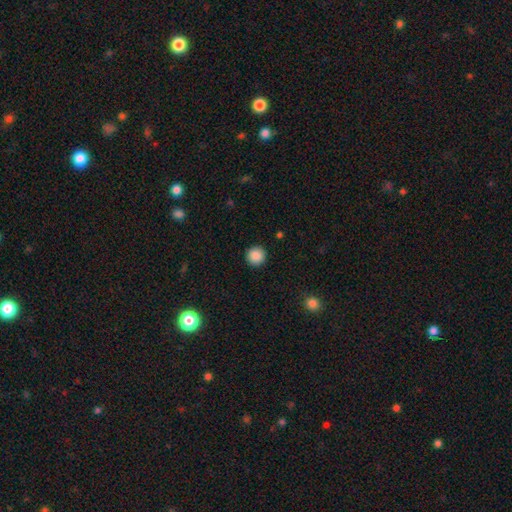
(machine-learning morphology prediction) Smooth or featured: smooth — 89% (star or artifact — 9%)
How rounded: round — 95% (in between — 4%)
Merging: none — 93% (minor disturbance — 5%)